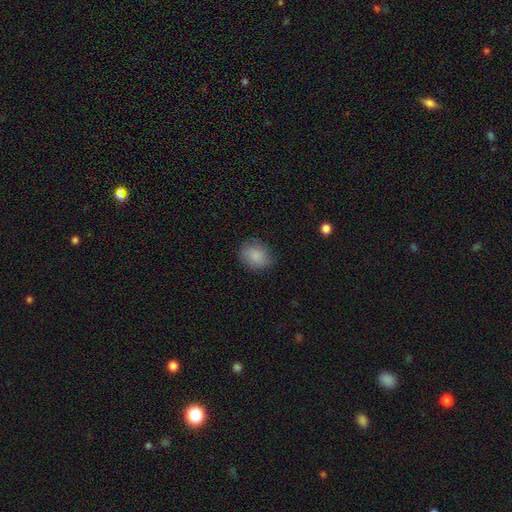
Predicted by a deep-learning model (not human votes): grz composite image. It shows a smooth galaxy with no disk features (85%) that is round (62%). Merging: none (78%).